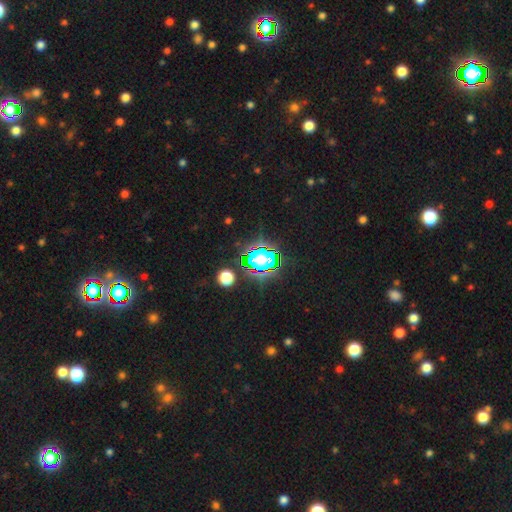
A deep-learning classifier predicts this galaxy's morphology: smooth_or_featured: star or artifact (p=0.62) [alt: smooth p=0.24]